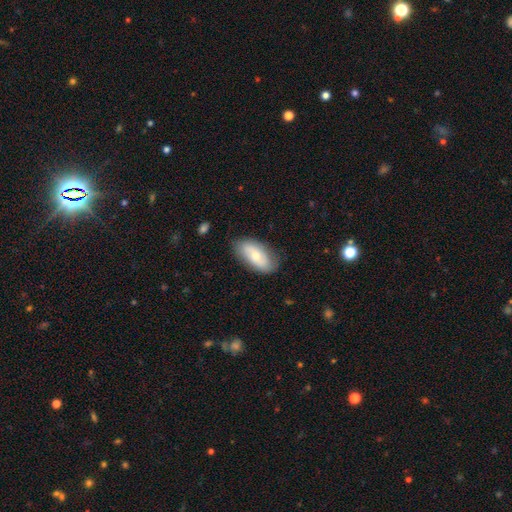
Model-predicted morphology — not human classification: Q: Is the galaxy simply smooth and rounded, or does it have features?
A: smooth — 60%.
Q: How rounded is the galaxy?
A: in between — 91%.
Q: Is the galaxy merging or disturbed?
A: none — 78%.